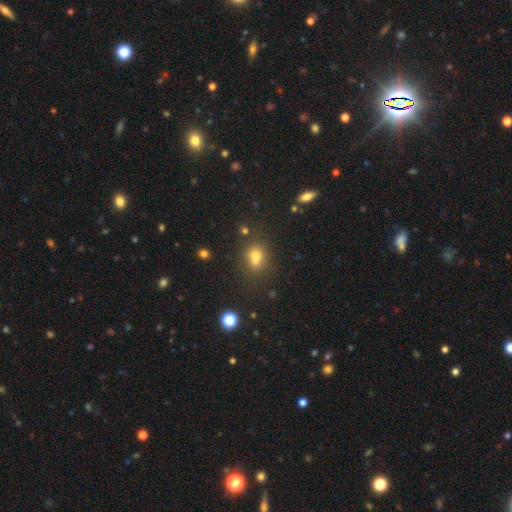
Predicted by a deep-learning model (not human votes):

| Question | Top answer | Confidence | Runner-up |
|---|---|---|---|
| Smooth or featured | smooth | 71% | star or artifact (21%) |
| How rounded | in between | 62% | round (36%) |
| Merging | none | 77% | minor disturbance (12%) |